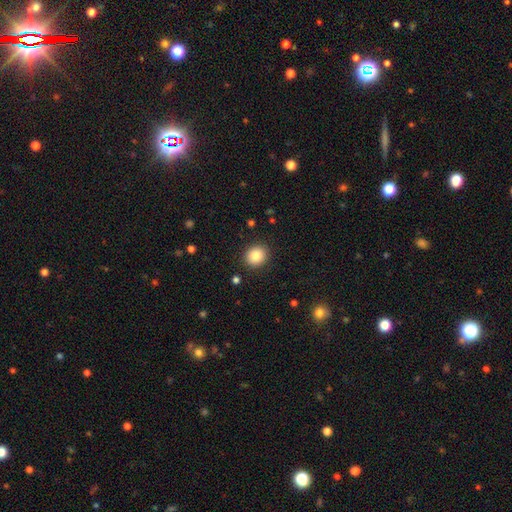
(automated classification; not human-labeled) smooth_or_featured: smooth (p=0.85) [alt: star or artifact p=0.09]
how_rounded: round (p=0.78) [alt: in between p=0.22]
merging: none (p=0.90) [alt: minor disturbance p=0.06]